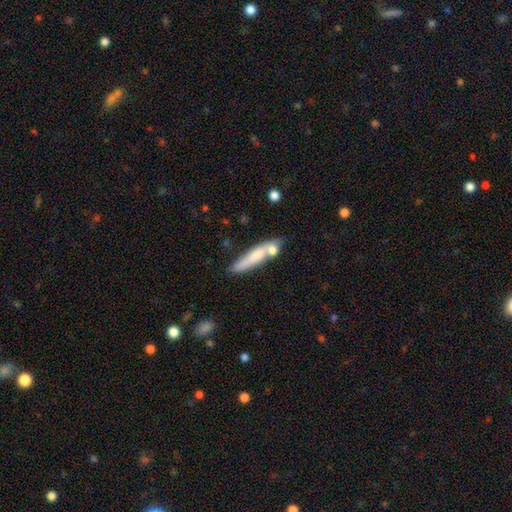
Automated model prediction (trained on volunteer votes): smooth-or-featured: smooth: 63% | featured or disk: 30% | star or artifact: 6%
  how-rounded: cigar-shaped: 86% | in between: 12% | round: 2%
  merging: none: 58% | merger: 19% | minor disturbance: 17% | major disturbance: 5%